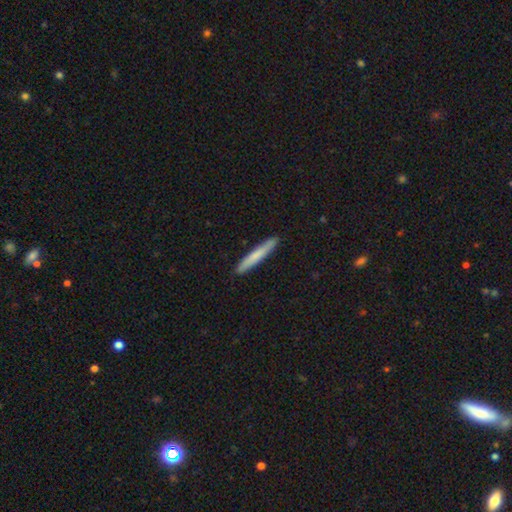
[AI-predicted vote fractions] Q: Smooth or featured?
A: smooth (74%); runner-up: featured or disk (21%)
Q: How rounded?
A: cigar-shaped (95%); runner-up: in between (3%)
Q: Merging?
A: none (91%); runner-up: minor disturbance (7%)